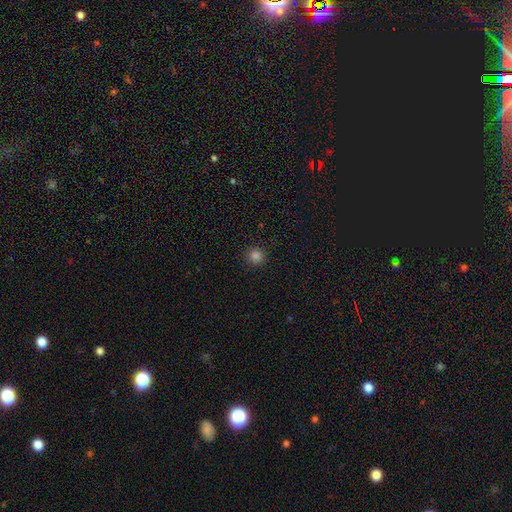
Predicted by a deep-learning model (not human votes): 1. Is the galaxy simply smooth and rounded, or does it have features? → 83% smooth, 13% star or artifact, 3% featured or disk.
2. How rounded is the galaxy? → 94% round, 5% in between, 1% cigar-shaped.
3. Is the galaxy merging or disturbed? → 92% none, 5% minor disturbance, 2% major disturbance, 1% merger.